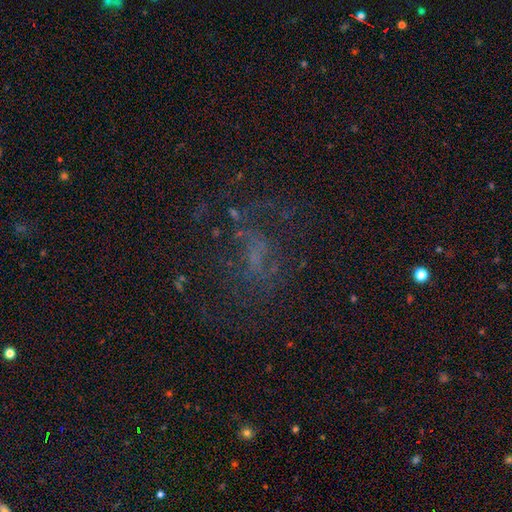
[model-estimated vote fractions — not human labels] The model was most divided on "smooth or featured": featured or disk: 46%, star or artifact: 31%, smooth: 23%. More confident: merging — none (50%).